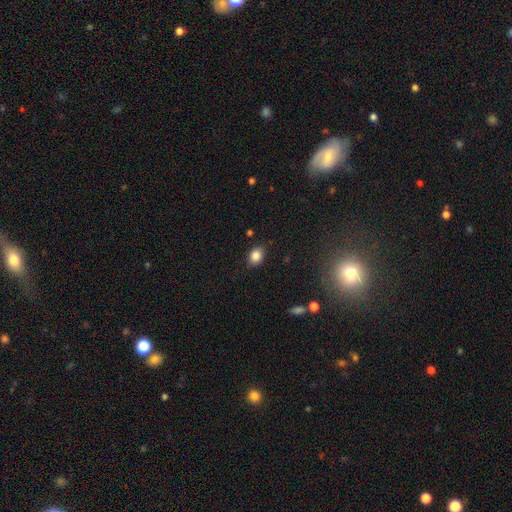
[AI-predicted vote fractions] A smooth galaxy with no disk features (84%) that is in between round and cigar-shaped (62%). Merging: none (78%).